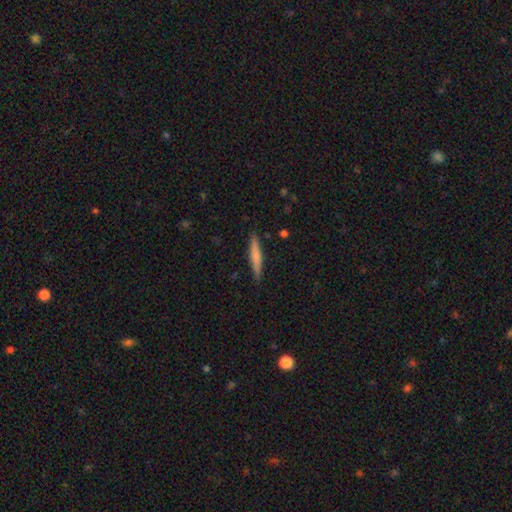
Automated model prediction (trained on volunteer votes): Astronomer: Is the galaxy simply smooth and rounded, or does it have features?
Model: smooth — 63%.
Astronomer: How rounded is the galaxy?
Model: cigar-shaped — 92%.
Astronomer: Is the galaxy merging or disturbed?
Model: none — 88%.